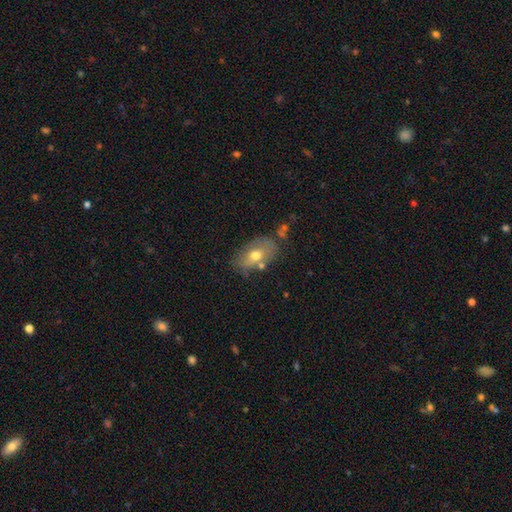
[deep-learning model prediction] This appears to be a smooth galaxy with no disk features (59%) that is in between round and cigar-shaped (86%). Merging: none (63%).